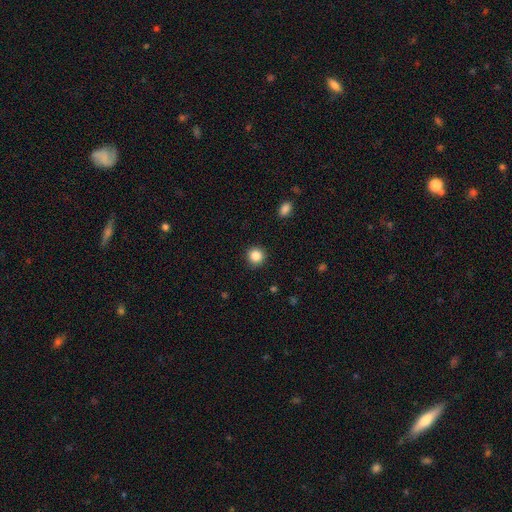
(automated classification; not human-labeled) Smooth or featured? Predicted: smooth (p=0.86). How rounded? Predicted: round (p=0.93). Merging? Predicted: none (p=0.91).